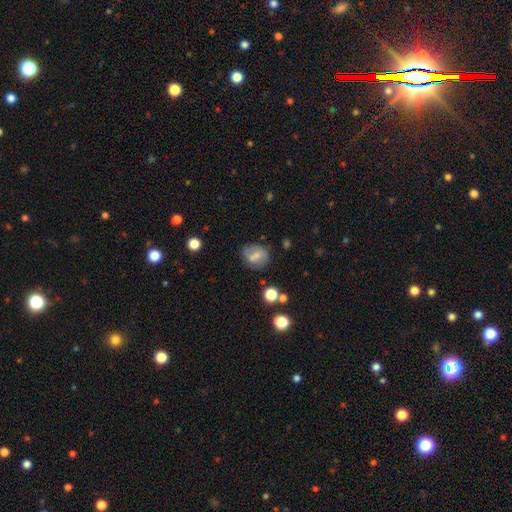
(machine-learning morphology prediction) Smooth or featured?
  - smooth: 58% *
  - featured or disk: 31%
  - star or artifact: 11%
How rounded?
  - round: 62% *
  - in between: 37%
  - cigar-shaped: 1%
Merging?
  - none: 59% *
  - minor disturbance: 18%
  - merger: 16%
  - major disturbance: 7%